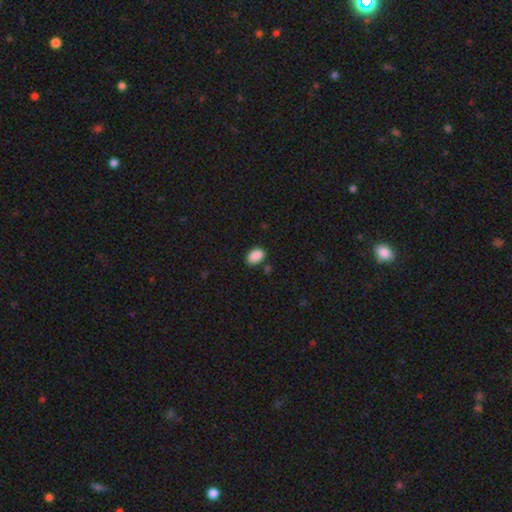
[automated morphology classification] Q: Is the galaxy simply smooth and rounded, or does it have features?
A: smooth — 89%.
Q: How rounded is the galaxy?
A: in between — 87%.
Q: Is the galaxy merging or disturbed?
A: none — 81%.